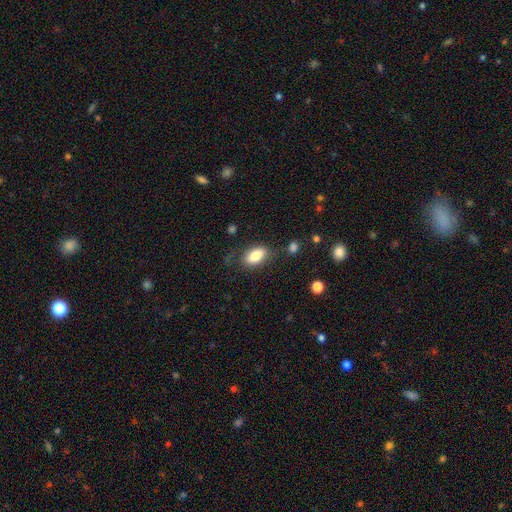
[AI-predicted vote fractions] A smooth galaxy with no disk features (79%) that is in between round and cigar-shaped (90%). Merging: none (72%).